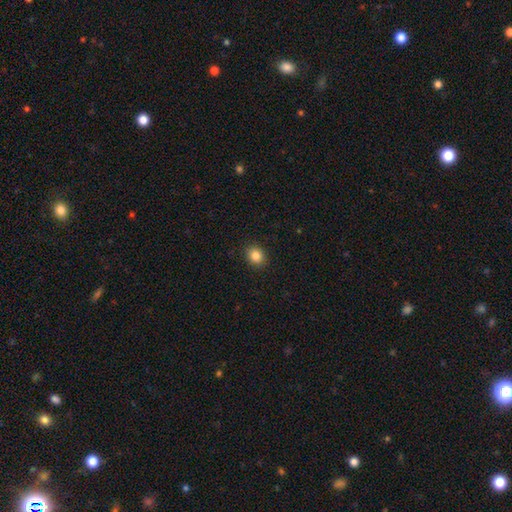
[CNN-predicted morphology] This appears to be a smooth galaxy with no disk features (85%) that is round (62%). Merging: none (91%).